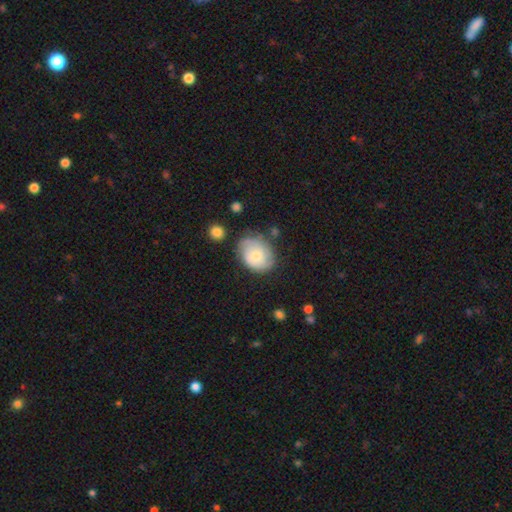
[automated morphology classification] This appears to be a smooth galaxy with no disk features (54%) that is in between round and cigar-shaped (54%). Merging: none (63%).